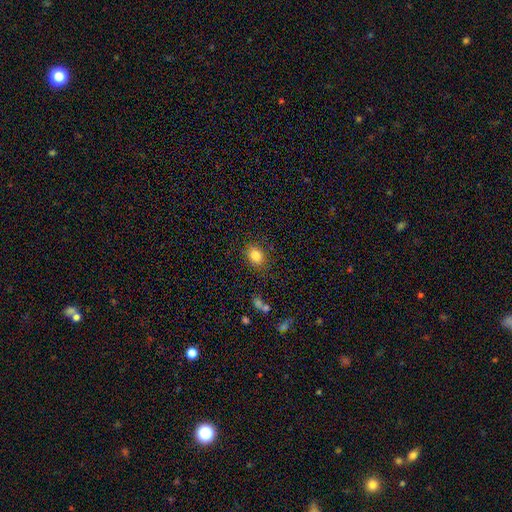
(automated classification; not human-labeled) The model was most divided on "how rounded": in between: 58%, round: 41%, cigar-shaped: 1%. More confident: merging — none (84%); smooth or featured — smooth (83%).